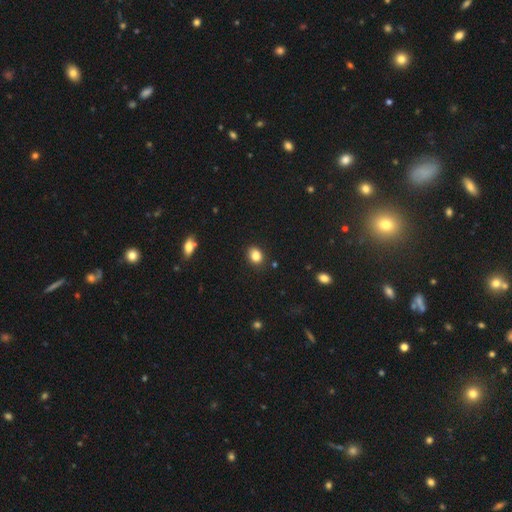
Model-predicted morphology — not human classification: smooth 85%, star or artifact 10%, featured or disk 4%. Down the decision tree: how rounded — in between (55%); merging — none (85%).